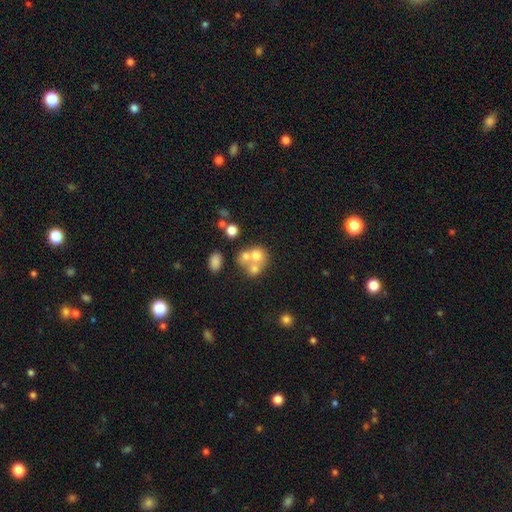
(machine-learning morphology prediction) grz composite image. It shows a smooth galaxy with no disk features (61%) that is round (74%). Merging: merger (59%).